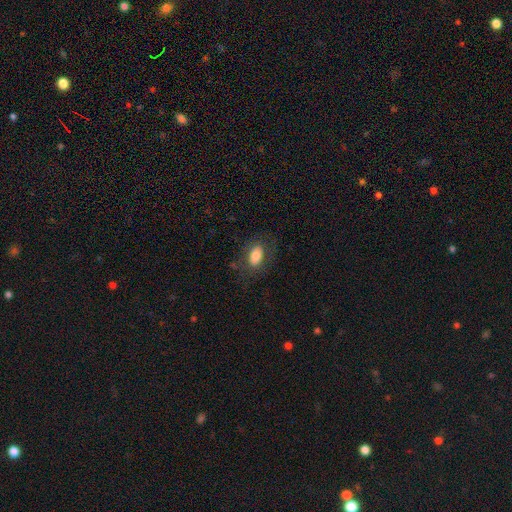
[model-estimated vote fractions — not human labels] Smooth or featured?
  - smooth: 79% *
  - featured or disk: 13%
  - star or artifact: 8%
How rounded?
  - in between: 90% *
  - round: 7%
  - cigar-shaped: 2%
Merging?
  - none: 75% *
  - minor disturbance: 15%
  - major disturbance: 9%
  - merger: 1%